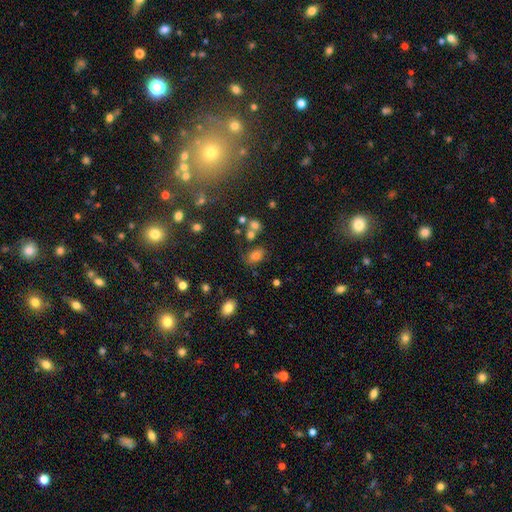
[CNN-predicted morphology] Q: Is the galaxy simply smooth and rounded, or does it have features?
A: smooth — 74%.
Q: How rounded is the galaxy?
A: in between — 86%.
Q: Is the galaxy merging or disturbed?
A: none — 62%.